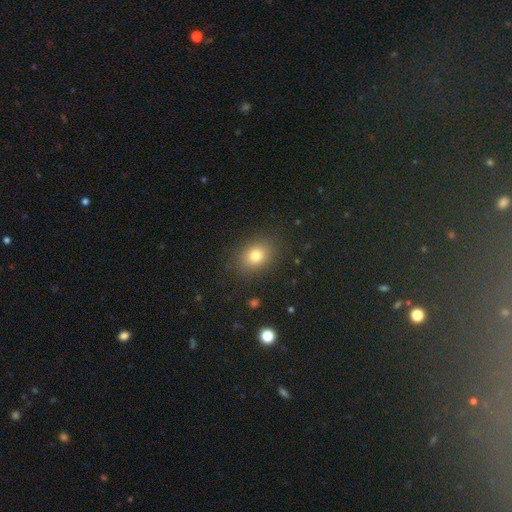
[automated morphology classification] Q: Smooth or featured?
A: smooth (79%); runner-up: star or artifact (12%)
Q: How rounded?
A: in between (59%); runner-up: round (40%)
Q: Merging?
A: none (85%); runner-up: minor disturbance (10%)